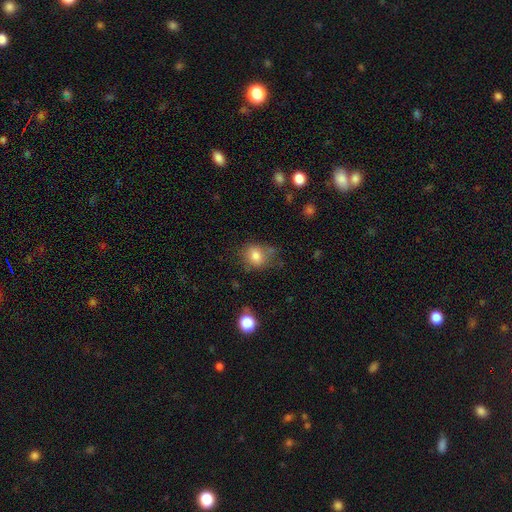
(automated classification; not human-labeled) This appears to be a smooth galaxy with no disk features (80%) that is round (62%). Merging: none (64%).